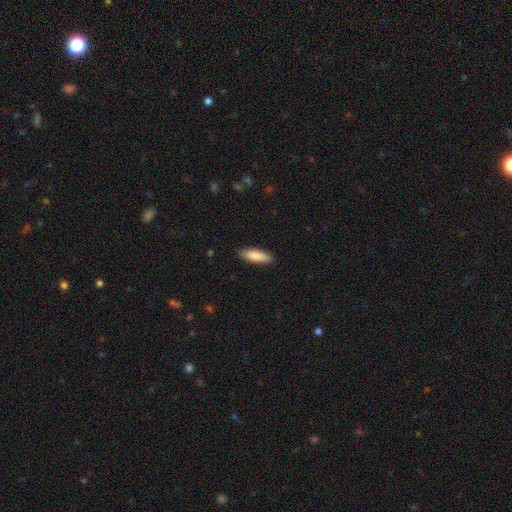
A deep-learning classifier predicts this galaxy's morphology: This appears to be a smooth galaxy with no disk features (87%) that is cigar-shaped (55%). Merging: none (88%).